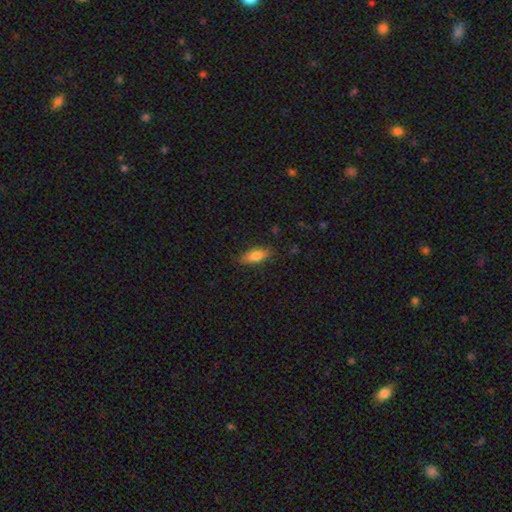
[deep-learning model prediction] Smooth or featured: smooth — 76% (featured or disk — 16%)
How rounded: in between — 72% (cigar-shaped — 25%)
Merging: none — 82% (minor disturbance — 14%)